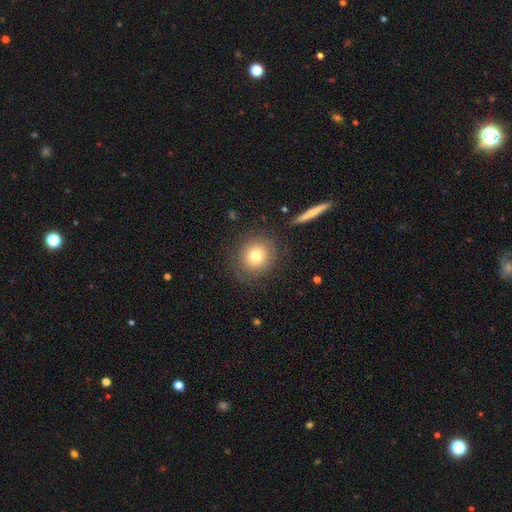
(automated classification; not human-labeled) A smooth galaxy with no disk features (75%) that is round (87%).

Vote fractions:
- Smooth or featured? smooth: 75% / featured or disk: 14% / star or artifact: 11%
- How rounded? round: 87% / in between: 12% / cigar-shaped: 1%
- Merging? none: 83% / minor disturbance: 10% / major disturbance: 5% / merger: 2%